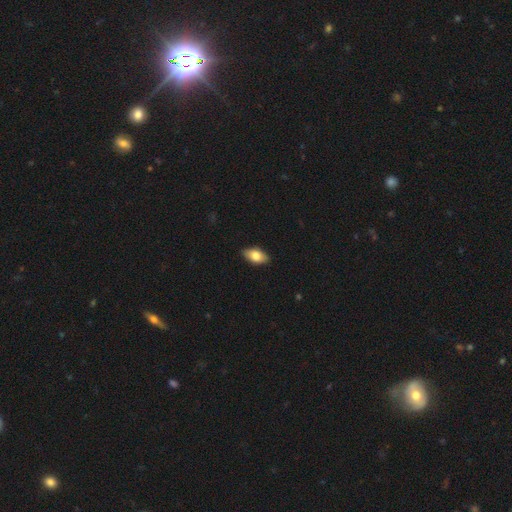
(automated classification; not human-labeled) This is likely a smooth galaxy (77%). How rounded: clearly in between (91%). Merging: clearly none (86%).